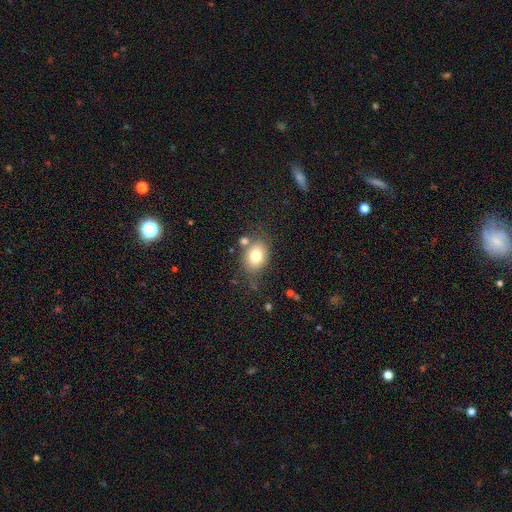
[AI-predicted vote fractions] This is likely a smooth galaxy (76%). How rounded: likely in between (64%). Merging: likely none (61%).